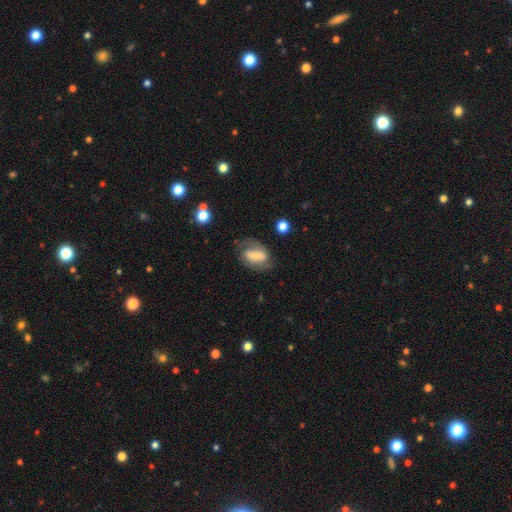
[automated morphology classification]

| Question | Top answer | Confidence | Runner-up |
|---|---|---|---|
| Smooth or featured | featured or disk | 48% | smooth (44%) |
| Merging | none | 58% | minor disturbance (23%) |